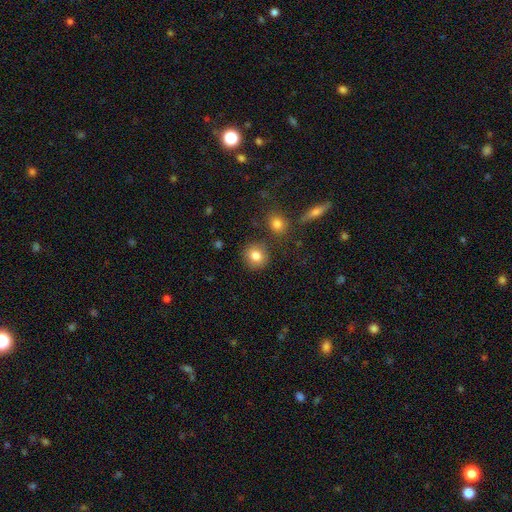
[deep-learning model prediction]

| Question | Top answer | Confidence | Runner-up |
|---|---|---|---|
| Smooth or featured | smooth | 82% | star or artifact (10%) |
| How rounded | round | 86% | in between (12%) |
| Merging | none | 84% | minor disturbance (8%) |